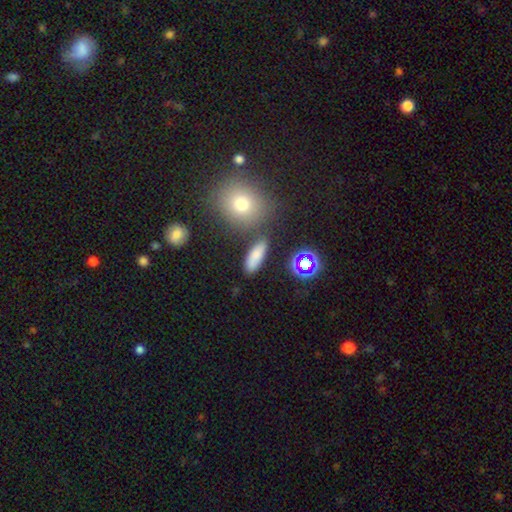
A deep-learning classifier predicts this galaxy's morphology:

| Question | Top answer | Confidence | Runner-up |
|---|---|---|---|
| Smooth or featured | smooth | 75% | star or artifact (15%) |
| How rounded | in between | 62% | cigar-shaped (31%) |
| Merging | none | 79% | minor disturbance (12%) |